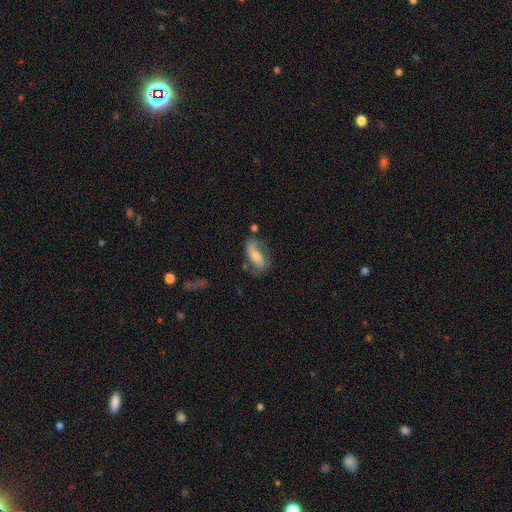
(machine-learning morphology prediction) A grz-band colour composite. It shows a featured or disk galaxy (52%). Merging: none (60%).